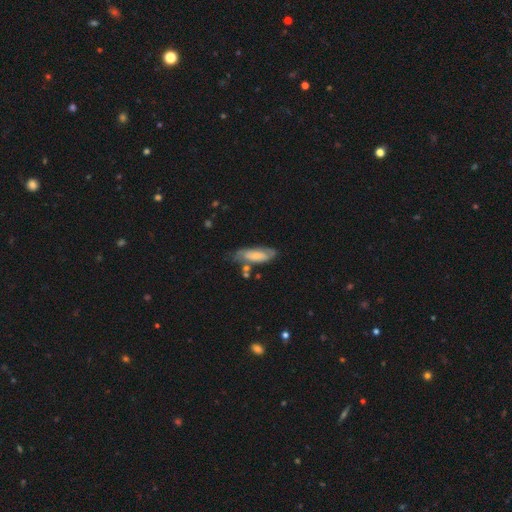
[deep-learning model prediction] This appears to be a smooth galaxy with no disk features (50%) that is in between round and cigar-shaped (69%). Merging: none (50%).